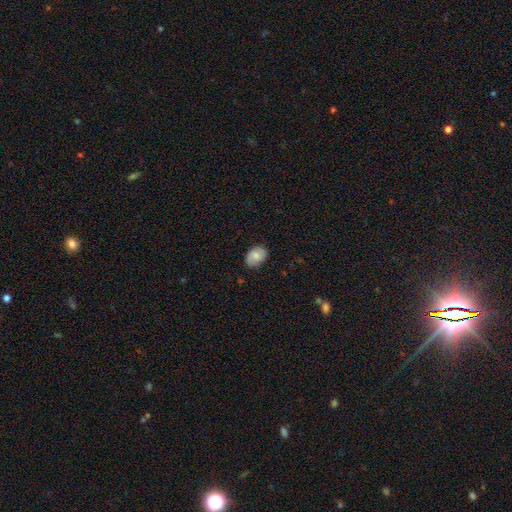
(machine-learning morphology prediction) The model was most divided on "how rounded": in between: 77%, round: 22%, cigar-shaped: 1%. More confident: merging — none (79%); smooth or featured — smooth (77%).